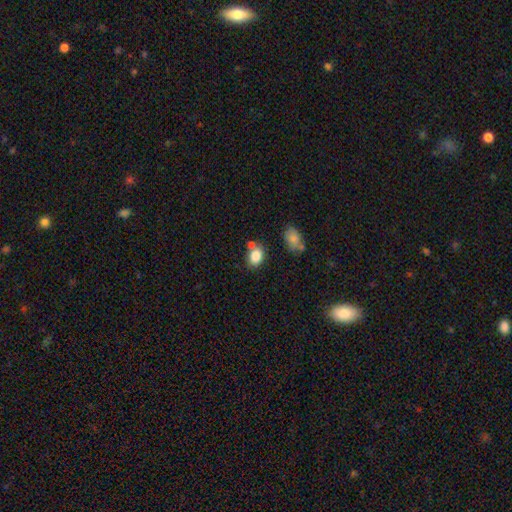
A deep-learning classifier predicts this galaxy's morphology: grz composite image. It shows a smooth galaxy with no disk features (84%) that is in between round and cigar-shaped (73%). Merging: none (60%).